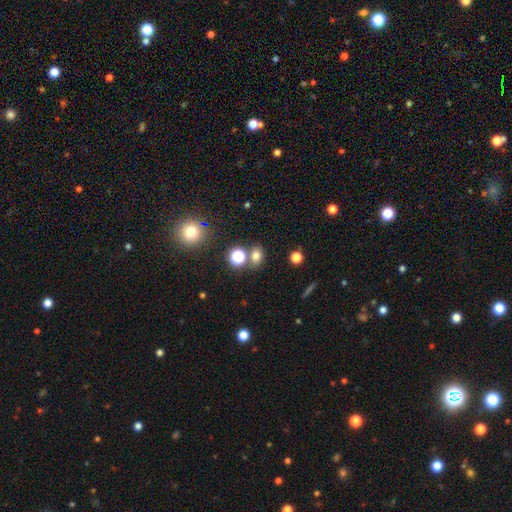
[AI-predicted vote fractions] smooth-or-featured: smooth: 73% | star or artifact: 20% | featured or disk: 8%
  how-rounded: in between: 56% | round: 42% | cigar-shaped: 2%
  merging: none: 69% | merger: 17% | minor disturbance: 10% | major disturbance: 4%